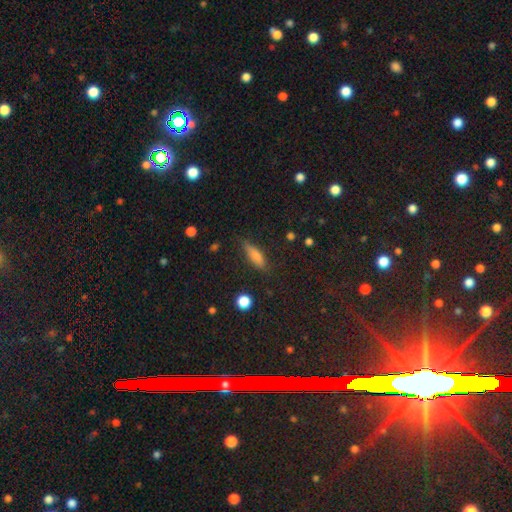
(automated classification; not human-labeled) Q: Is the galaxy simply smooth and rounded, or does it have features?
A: smooth — 64%.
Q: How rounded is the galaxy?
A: cigar-shaped — 62%.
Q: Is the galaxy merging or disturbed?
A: none — 77%.